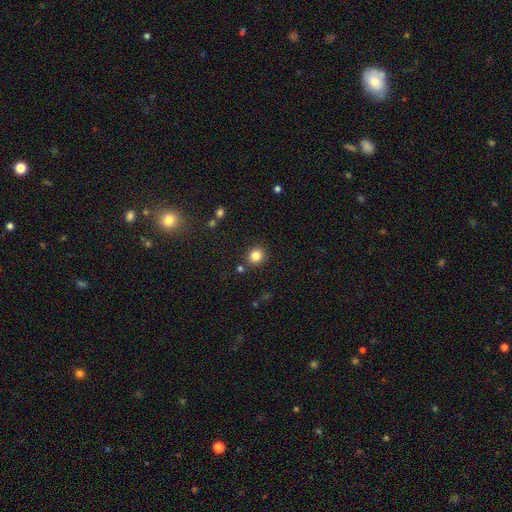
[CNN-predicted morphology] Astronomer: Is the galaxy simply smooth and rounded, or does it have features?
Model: smooth — 84%.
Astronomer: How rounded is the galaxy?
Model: round — 83%.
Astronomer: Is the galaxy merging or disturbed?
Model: none — 86%.